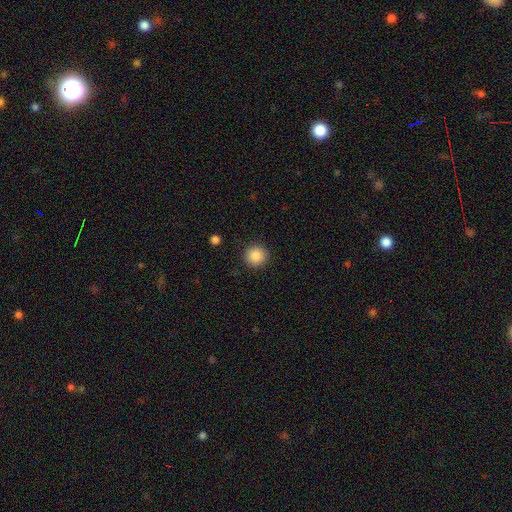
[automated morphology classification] Smooth or featured?
  - smooth: 87% *
  - star or artifact: 9%
  - featured or disk: 3%
How rounded?
  - round: 93% *
  - in between: 6%
  - cigar-shaped: 1%
Merging?
  - none: 91% *
  - minor disturbance: 6%
  - major disturbance: 2%
  - merger: 1%